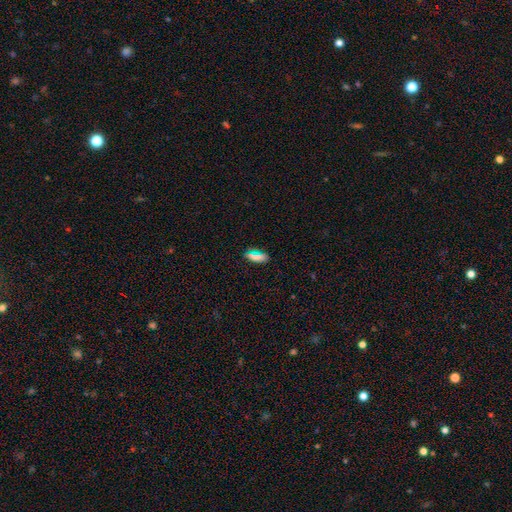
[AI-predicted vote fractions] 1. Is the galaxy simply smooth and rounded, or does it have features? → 68% smooth, 20% star or artifact, 12% featured or disk.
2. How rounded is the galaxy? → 66% in between, 27% cigar-shaped, 7% round.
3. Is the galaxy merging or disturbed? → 81% none, 13% minor disturbance, 3% major disturbance, 3% merger.